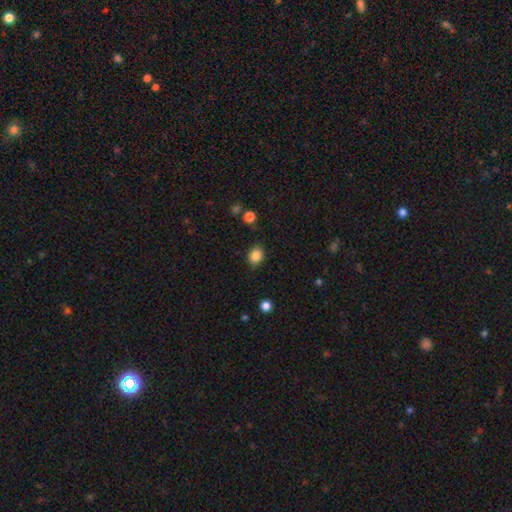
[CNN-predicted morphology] smooth 86%, star or artifact 10%, featured or disk 4%. Down the decision tree: how rounded — in between (51%); merging — none (83%).